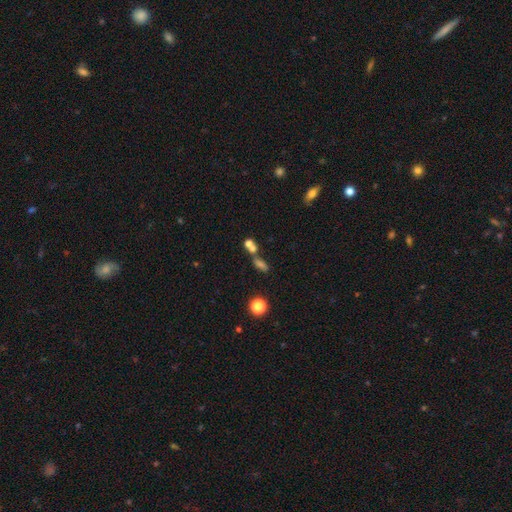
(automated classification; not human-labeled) The model was most divided on "smooth or featured": smooth: 49%, star or artifact: 33%, featured or disk: 17%. More confident: merging — none (59%).